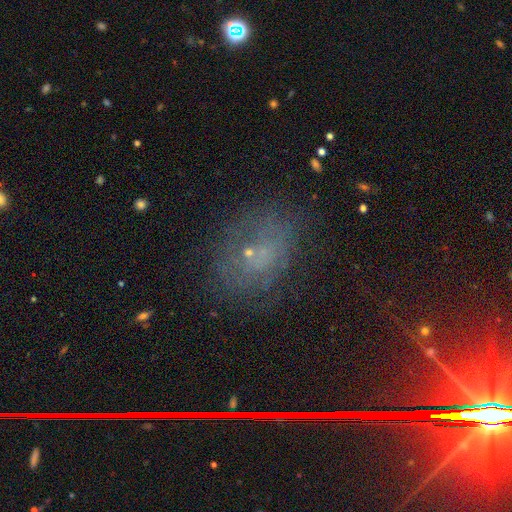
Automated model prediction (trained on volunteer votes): Q: Smooth or featured?
A: smooth (38%); runner-up: star or artifact (32%)
Q: Merging?
A: none (66%); runner-up: minor disturbance (18%)